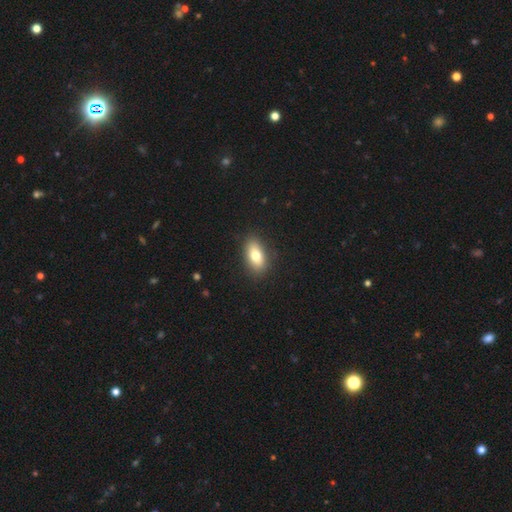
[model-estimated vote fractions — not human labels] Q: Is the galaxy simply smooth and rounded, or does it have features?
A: smooth — 75%.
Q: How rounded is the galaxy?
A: in between — 86%.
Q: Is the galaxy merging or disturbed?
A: none — 88%.